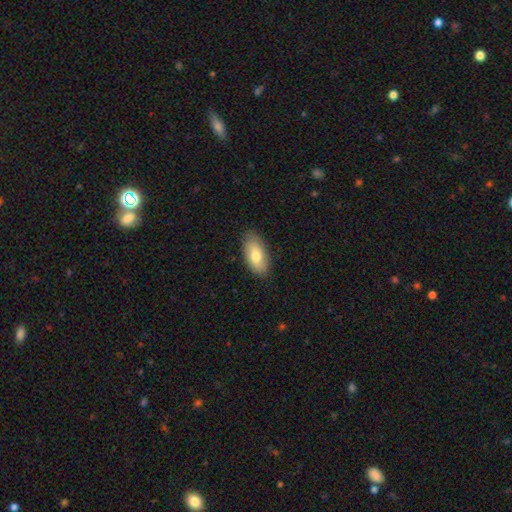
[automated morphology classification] Smooth or featured: smooth — 76% (featured or disk — 18%)
How rounded: in between — 92% (cigar-shaped — 6%)
Merging: none — 84% (minor disturbance — 12%)